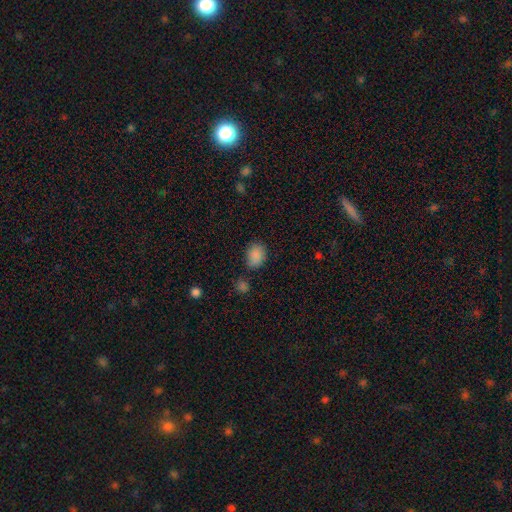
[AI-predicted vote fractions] Morphology: type=smooth (86%); roundness=in between (61%); merging=none (71%).